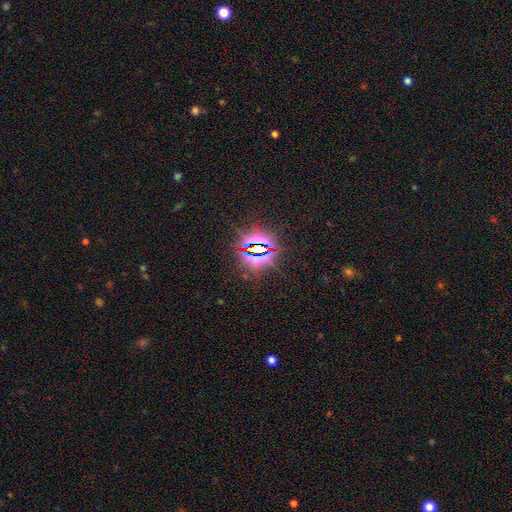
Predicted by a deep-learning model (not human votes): smooth_or_featured: star or artifact (p=0.78) [alt: smooth p=0.13]